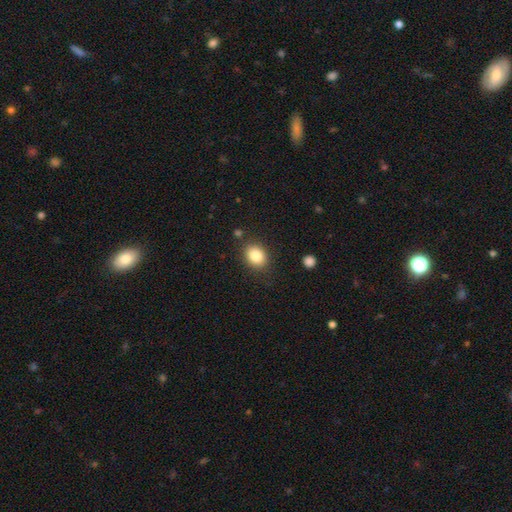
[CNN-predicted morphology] Smooth or featured: smooth — 84% (star or artifact — 9%)
How rounded: in between — 57% (round — 43%)
Merging: none — 84% (minor disturbance — 10%)